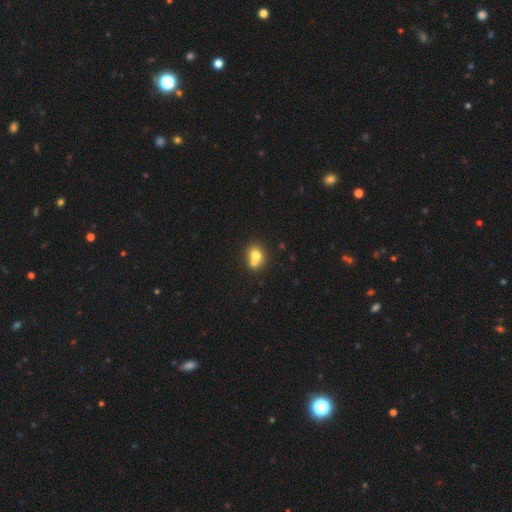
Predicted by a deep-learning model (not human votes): Smooth or featured? smooth (72%)
How rounded? round (71%)
Merging? merger (49%)